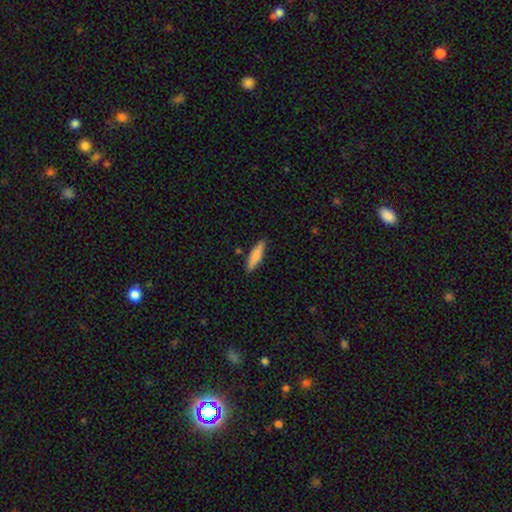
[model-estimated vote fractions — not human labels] Morphology: type=smooth (77%); roundness=cigar-shaped (74%); merging=none (87%).